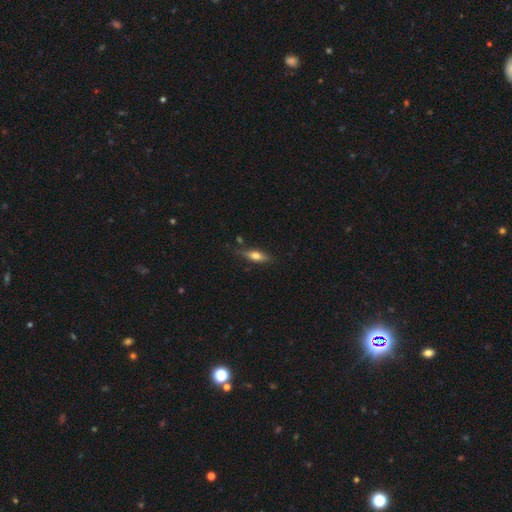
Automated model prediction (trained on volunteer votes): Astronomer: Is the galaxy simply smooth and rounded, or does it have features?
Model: smooth — 50% (runner-up: featured or disk, 43%).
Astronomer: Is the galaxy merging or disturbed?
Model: none — 77%.